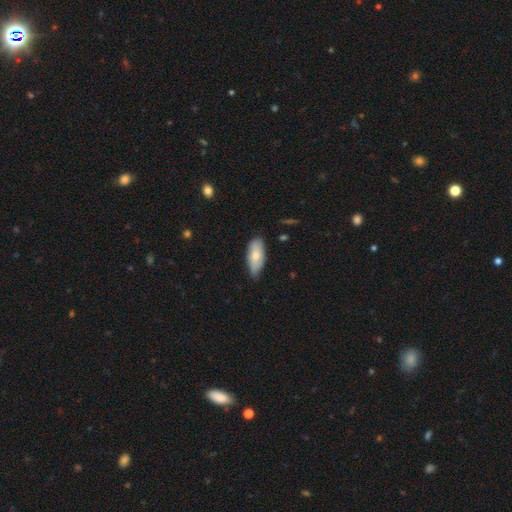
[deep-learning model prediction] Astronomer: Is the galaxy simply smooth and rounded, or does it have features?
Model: smooth — 72%.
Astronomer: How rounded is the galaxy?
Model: in between — 87%.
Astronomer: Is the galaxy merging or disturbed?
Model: none — 65%.